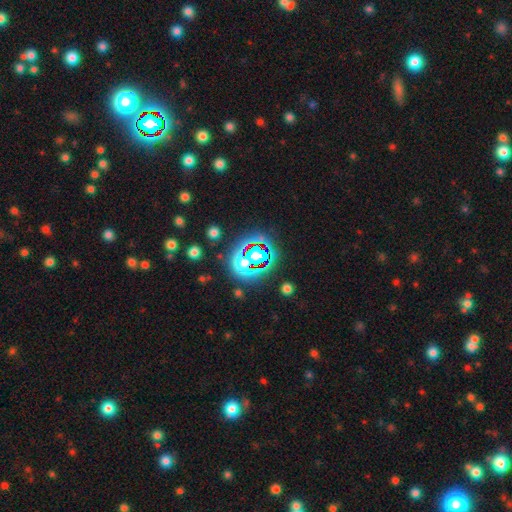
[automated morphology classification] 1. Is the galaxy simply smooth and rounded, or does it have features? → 66% star or artifact, 22% smooth, 12% featured or disk.